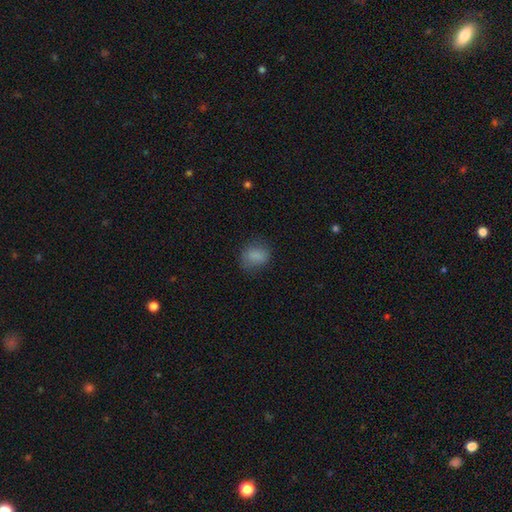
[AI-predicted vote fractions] The model was most divided on "how rounded": round: 51%, in between: 48%, cigar-shaped: 1%. More confident: smooth or featured — smooth (84%); merging — none (73%).